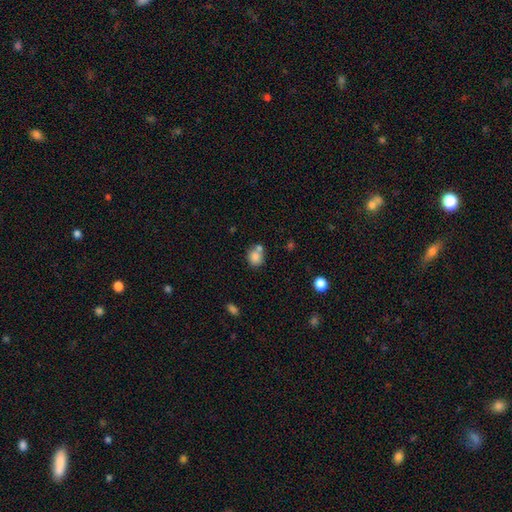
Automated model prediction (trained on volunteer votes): smooth-or-featured: smooth: 81% | star or artifact: 10% | featured or disk: 9%
  how-rounded: round: 71% | in between: 28% | cigar-shaped: 1%
  merging: none: 49% | merger: 35% | minor disturbance: 12% | major disturbance: 4%